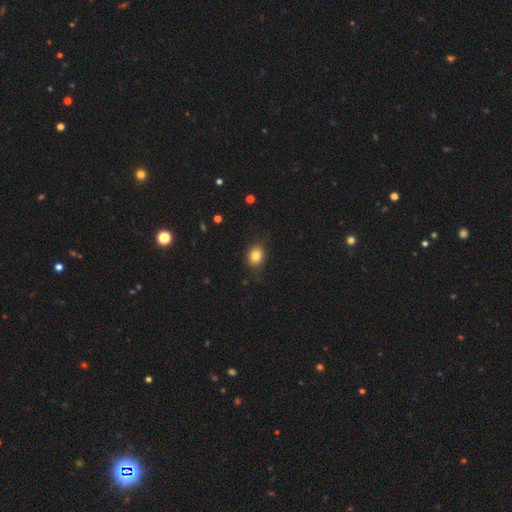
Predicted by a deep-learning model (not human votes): Smooth or featured? Predicted: smooth (p=0.82). How rounded? Predicted: in between (p=0.52). Merging? Predicted: none (p=0.80).